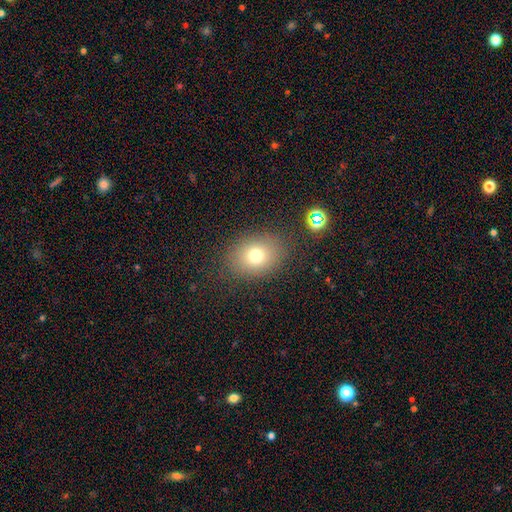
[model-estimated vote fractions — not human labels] A smooth galaxy with no disk features (74%) that is in between round and cigar-shaped (50%). Merging: none (82%).